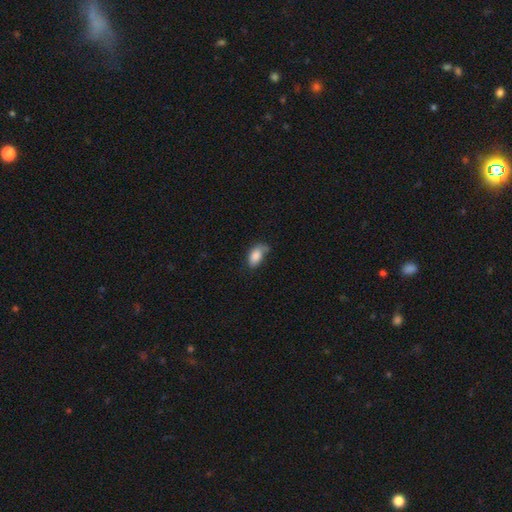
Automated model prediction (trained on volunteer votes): Smooth or featured? Predicted: smooth (p=0.84). How rounded? Predicted: in between (p=0.92). Merging? Predicted: none (p=0.47).